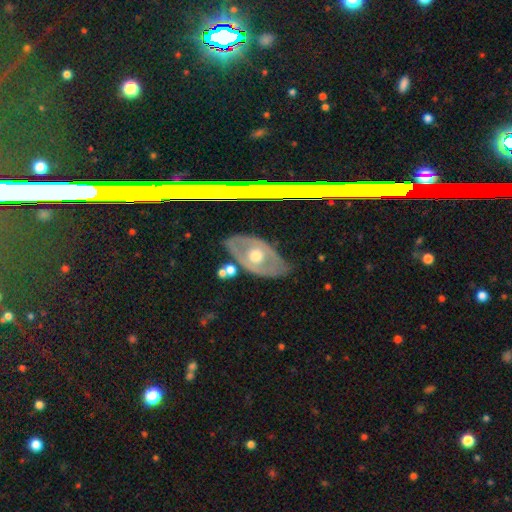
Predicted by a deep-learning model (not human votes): Q: Smooth or featured?
A: featured or disk (62%); runner-up: smooth (25%)
Q: Edge-on disk?
A: no (83%); runner-up: yes (17%)
Q: Bar?
A: no (67%); runner-up: weak (23%)
Q: Spiral arms?
A: yes (51%); runner-up: no (49%)
Q: Bulge size?
A: moderate (71%); runner-up: small (16%)
Q: Merging?
A: none (77%); runner-up: minor disturbance (15%)